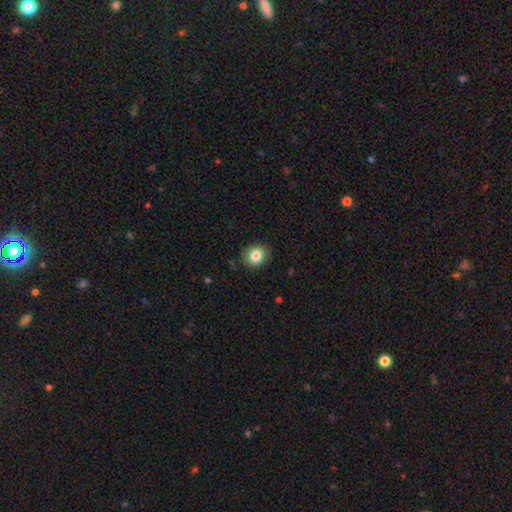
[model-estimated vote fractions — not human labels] Smooth or featured? smooth (84%)
How rounded? round (71%)
Merging? none (87%)